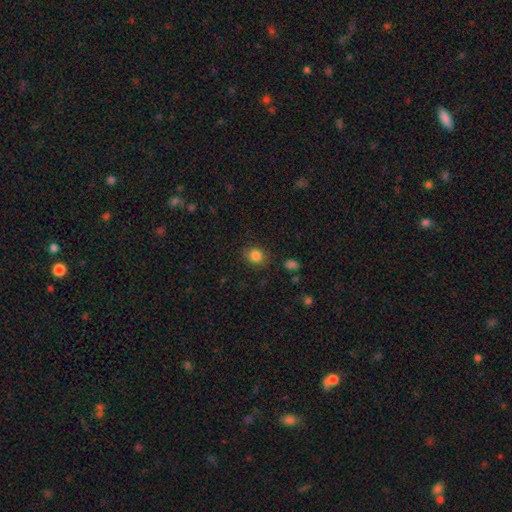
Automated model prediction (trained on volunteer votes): Overall: smooth (84%). How rounded: round (62%; in between 37%). Merging: none (84%).